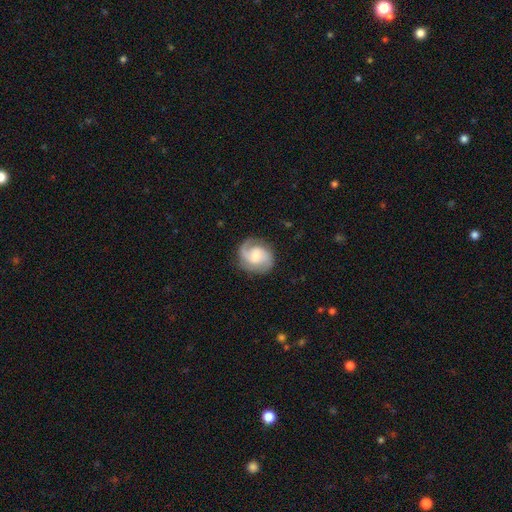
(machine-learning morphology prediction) smooth_or_featured: featured or disk (p=0.81) [alt: smooth p=0.13]
disk_edge_on: no (p=0.98) [alt: yes p=0.02]
bar: no (p=0.48) [alt: weak p=0.43]
has_spiral_arms: yes (p=0.96) [alt: no p=0.04]
spiral_winding: medium (p=0.50) [alt: tight p=0.32]
spiral_arm_count: 2 (p=0.81) [alt: 1 p=0.08]
bulge_size: moderate (p=0.43) [alt: small p=0.41]
merging: none (p=0.79) [alt: minor disturbance p=0.14]